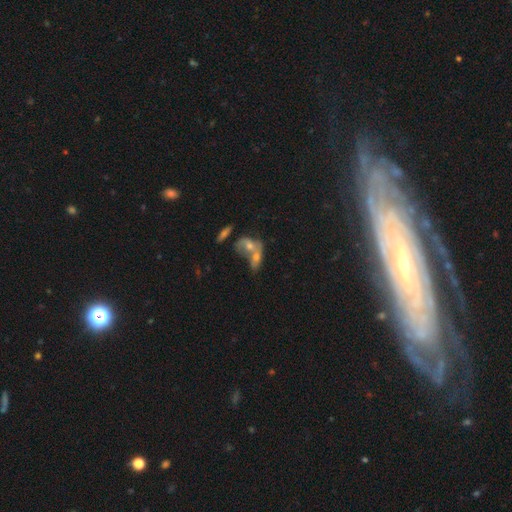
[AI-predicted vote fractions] This is possibly a smooth galaxy (49%). Merging: likely merger (71%).